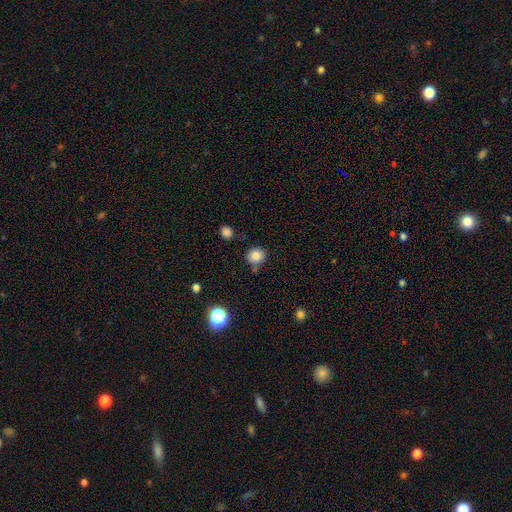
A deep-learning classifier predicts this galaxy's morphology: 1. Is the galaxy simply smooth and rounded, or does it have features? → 84% smooth, 11% star or artifact, 5% featured or disk.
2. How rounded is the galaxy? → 87% round, 12% in between, 1% cigar-shaped.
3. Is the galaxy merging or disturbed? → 78% none, 12% minor disturbance, 7% merger, 3% major disturbance.